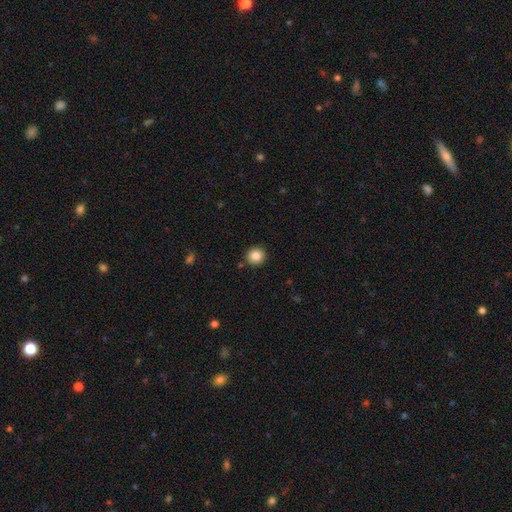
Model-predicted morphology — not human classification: A smooth galaxy with no disk features (85%) that is round (92%). Merging: none (90%).